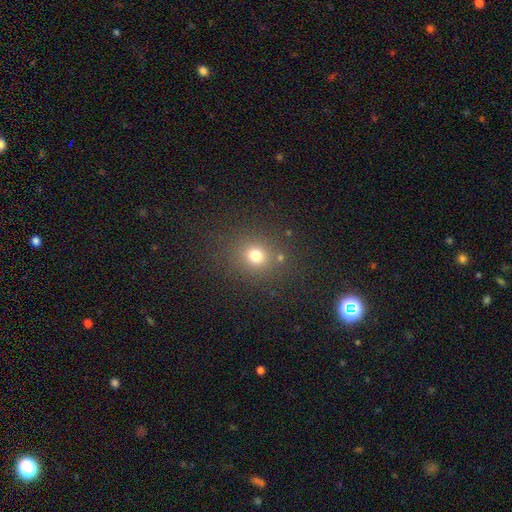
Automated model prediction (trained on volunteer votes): The model was most divided on "smooth or featured": smooth: 73%, star or artifact: 19%, featured or disk: 7%. More confident: merging — none (81%); how rounded — round (81%).